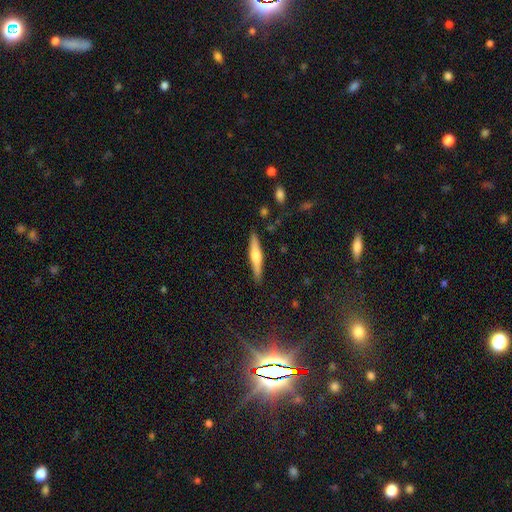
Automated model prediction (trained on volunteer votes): Smooth or featured?
  - featured or disk: 55% *
  - smooth: 39%
  - star or artifact: 6%
Edge-on disk?
  - yes: 96% *
  - no: 4%
Edge-on bulge?
  - rounded: 85% *
  - boxy: 9%
  - none: 6%
Merging?
  - none: 88% *
  - minor disturbance: 8%
  - major disturbance: 2%
  - merger: 2%